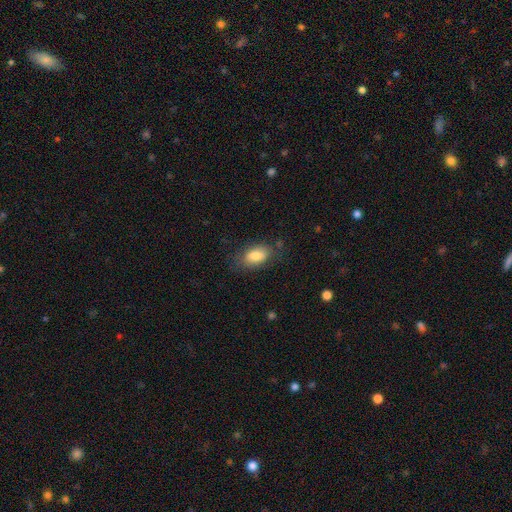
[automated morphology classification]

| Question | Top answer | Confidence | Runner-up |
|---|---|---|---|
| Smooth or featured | smooth | 82% | featured or disk (11%) |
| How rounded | in between | 91% | round (6%) |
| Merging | none | 74% | minor disturbance (18%) |